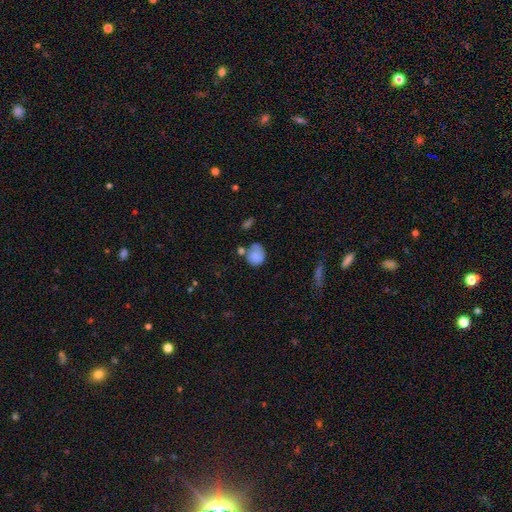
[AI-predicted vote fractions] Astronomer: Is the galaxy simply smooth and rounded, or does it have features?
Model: smooth — 76%.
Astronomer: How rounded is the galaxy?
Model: round — 68%.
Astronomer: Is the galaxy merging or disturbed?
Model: none — 44% (runner-up: minor disturbance, 27%).